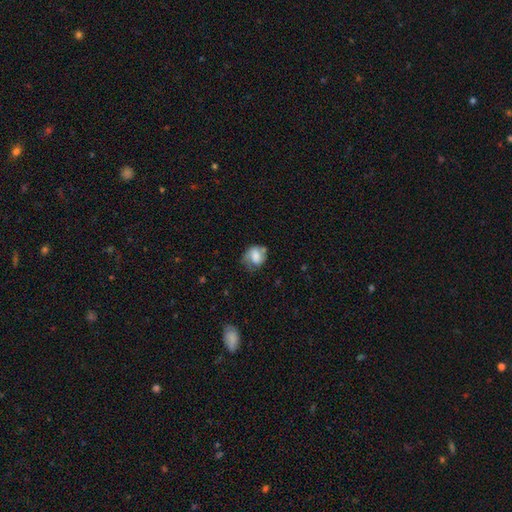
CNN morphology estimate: Smooth or featured? Predicted: smooth (p=0.58). How rounded? Predicted: round (p=0.54). Merging? Predicted: none (p=0.44).